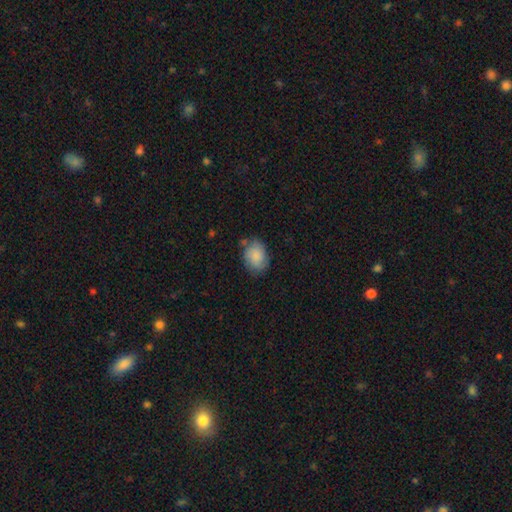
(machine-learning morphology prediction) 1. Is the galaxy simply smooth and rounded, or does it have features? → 84% smooth, 9% featured or disk, 7% star or artifact.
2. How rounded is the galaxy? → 70% in between, 29% round, 1% cigar-shaped.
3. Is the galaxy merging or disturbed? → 69% none, 22% minor disturbance, 5% major disturbance, 4% merger.